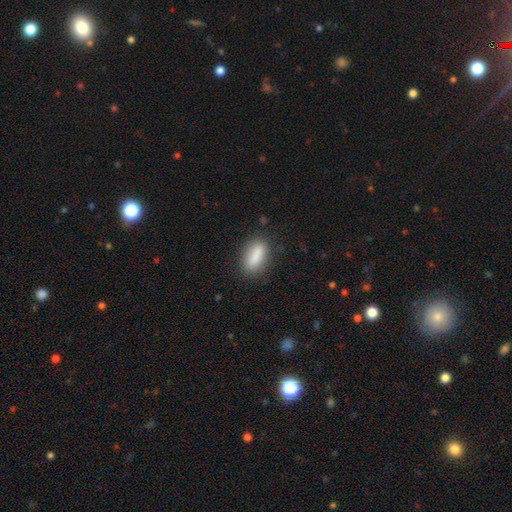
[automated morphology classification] type=smooth (85%); roundness=in between (70%); merging=none (82%).